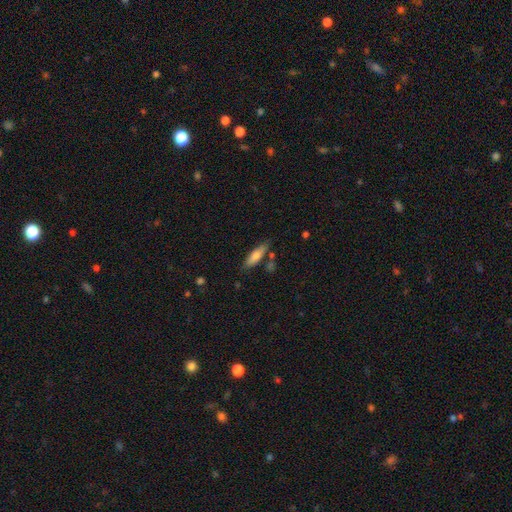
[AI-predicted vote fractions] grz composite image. It shows a smooth galaxy with no disk features (71%) that is cigar-shaped (56%). Merging: none (74%).